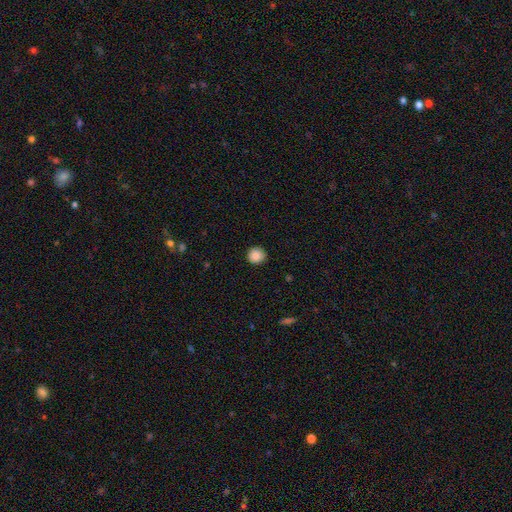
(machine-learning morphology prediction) Q: Smooth or featured?
A: smooth (88%); runner-up: star or artifact (9%)
Q: How rounded?
A: round (93%); runner-up: in between (6%)
Q: Merging?
A: none (90%); runner-up: minor disturbance (7%)